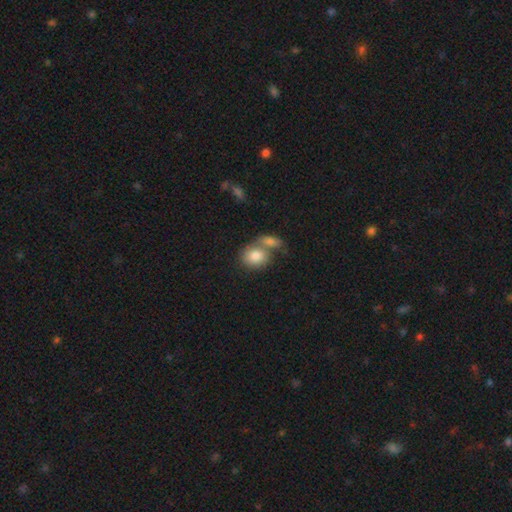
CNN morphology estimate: Overall: smooth (82%). How rounded: in between (52%; round 46%). Merging: merger (49%; none 37%).